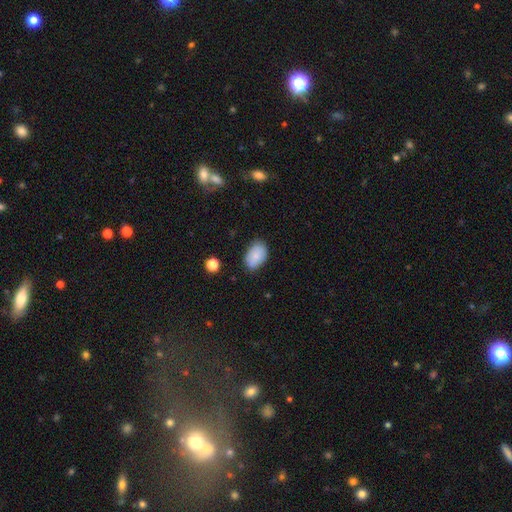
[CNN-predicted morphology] smooth_or_featured: smooth (p=0.83) [alt: featured or disk p=0.10]
how_rounded: in between (p=0.89) [alt: round p=0.09]
merging: none (p=0.74) [alt: minor disturbance p=0.20]